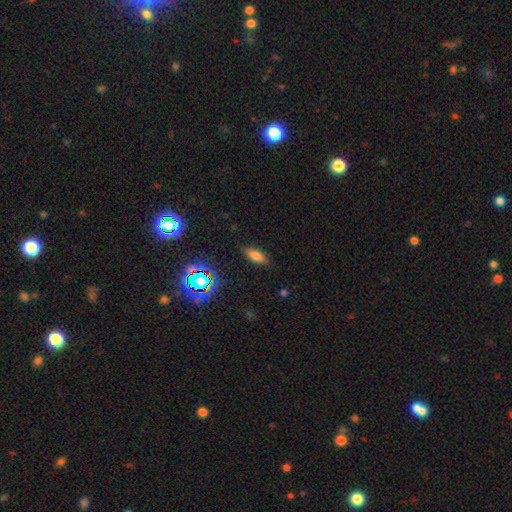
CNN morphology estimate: Overall: smooth (67%). How rounded: in between (68%). Merging: none (86%).